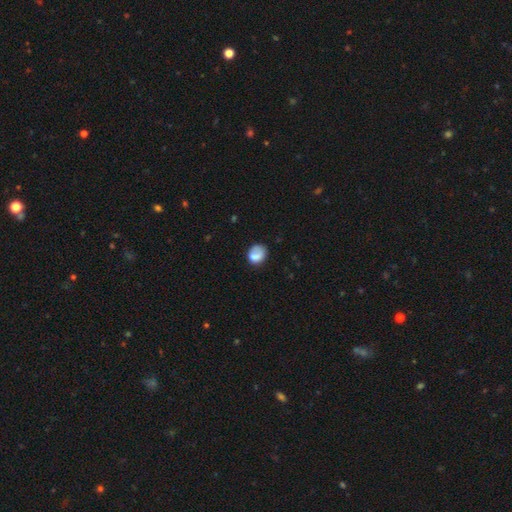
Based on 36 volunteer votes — Smooth or featured: smooth — 69% (featured or disk — 22%)
How rounded: round — 68% (in between — 32%)
Merging: none — 64% (minor disturbance — 21%)